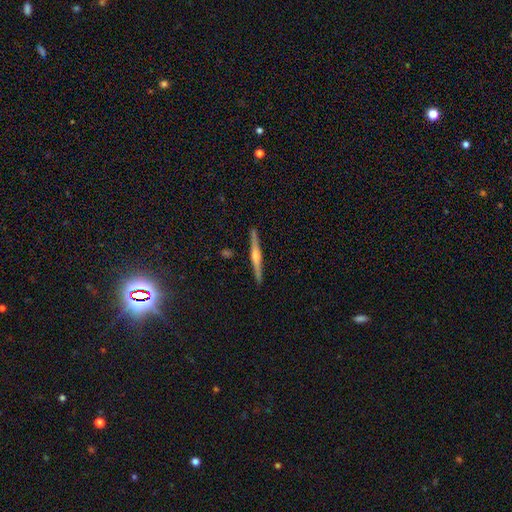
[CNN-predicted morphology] Smooth or featured? Predicted: featured or disk (p=0.77). Edge-on disk? Predicted: yes (p=0.98). Edge-on bulge? Predicted: rounded (p=0.87). Merging? Predicted: none (p=0.91).